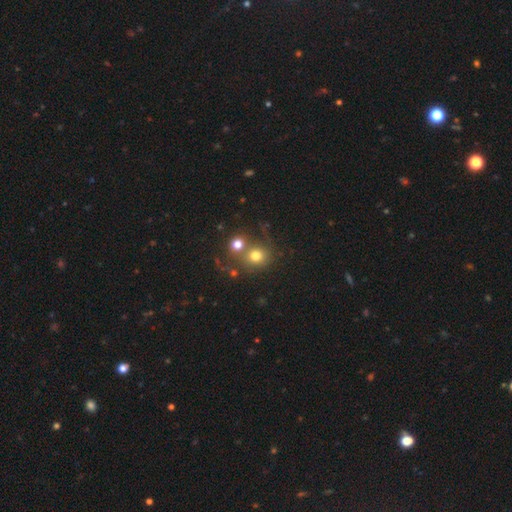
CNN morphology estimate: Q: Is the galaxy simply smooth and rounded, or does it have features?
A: smooth — 74%.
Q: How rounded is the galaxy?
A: round — 84%.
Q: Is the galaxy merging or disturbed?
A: none — 56%.